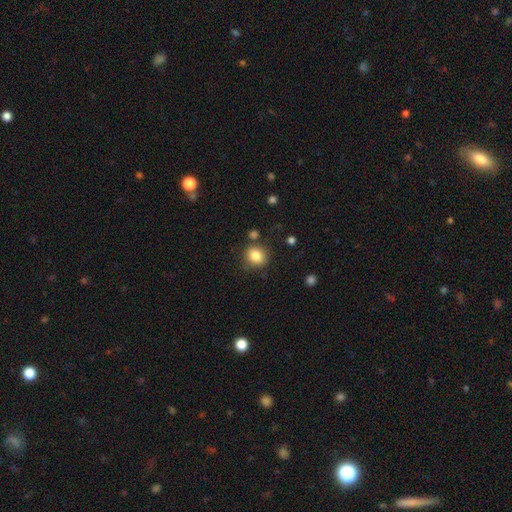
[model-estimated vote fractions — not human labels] Smooth or featured? smooth (84%)
How rounded? round (74%)
Merging? none (79%)